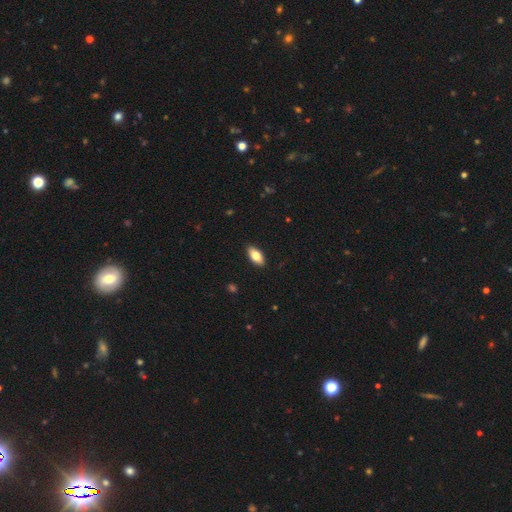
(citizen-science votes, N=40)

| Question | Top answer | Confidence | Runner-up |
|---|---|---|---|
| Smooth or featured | smooth | 80% | featured or disk (15%) |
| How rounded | in between | 88% | cigar-shaped (9%) |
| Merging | none | 92% | minor disturbance (5%) |